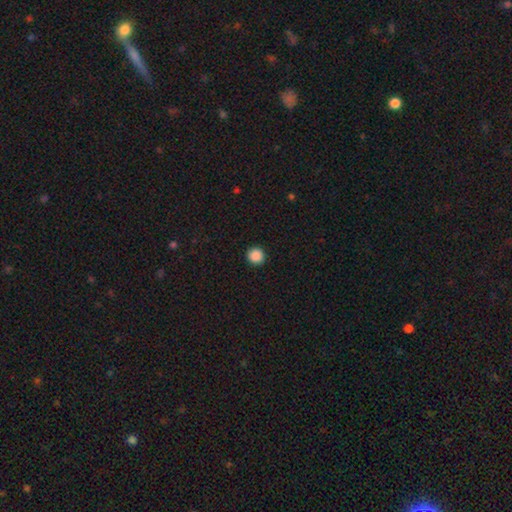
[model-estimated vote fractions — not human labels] This appears to be a smooth galaxy with no disk features (89%) that is round (93%). Merging: none (93%).